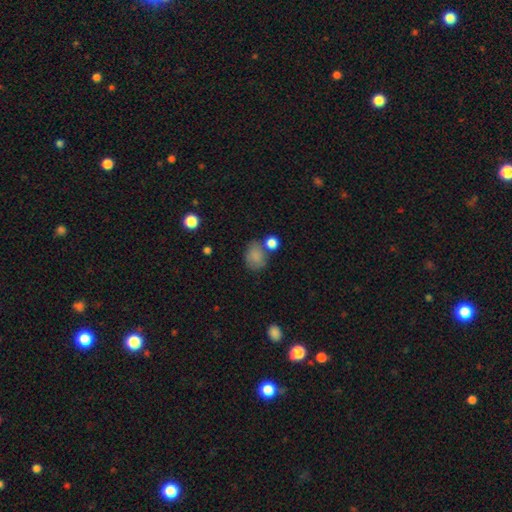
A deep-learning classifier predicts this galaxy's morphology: This appears to be a smooth galaxy with no disk features (83%) that is in between round and cigar-shaped (51%). Merging: none (59%).